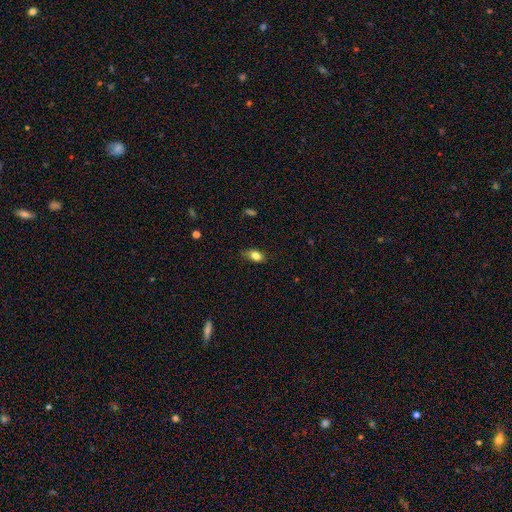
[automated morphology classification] Smooth or featured: smooth — 83% (star or artifact — 9%)
How rounded: in between — 83% (round — 13%)
Merging: none — 72% (minor disturbance — 23%)